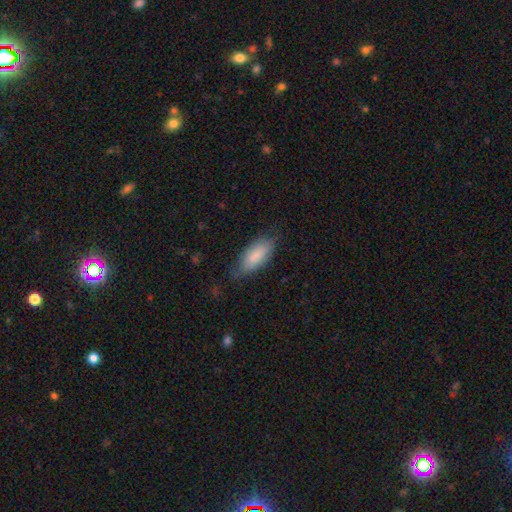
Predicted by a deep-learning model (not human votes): Smooth or featured? smooth (84%)
How rounded? in between (82%)
Merging? none (70%)